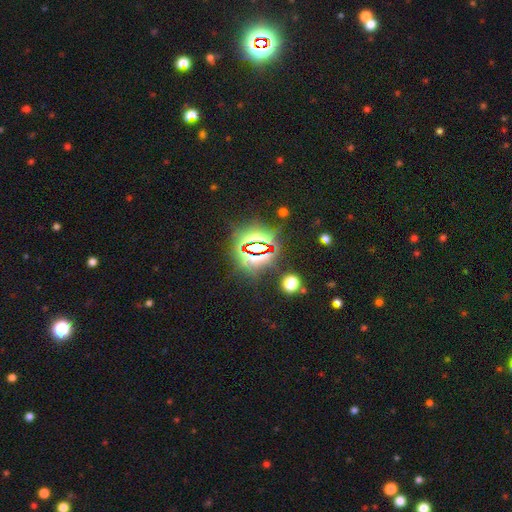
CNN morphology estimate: Q: Smooth or featured?
A: star or artifact (83%); runner-up: smooth (11%)